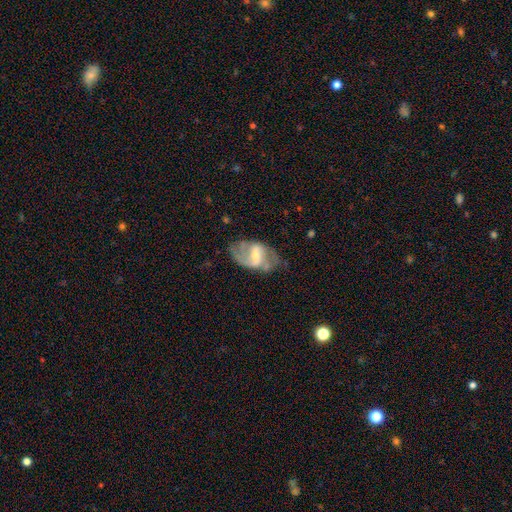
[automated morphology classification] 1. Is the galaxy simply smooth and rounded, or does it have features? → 78% featured or disk, 16% smooth, 6% star or artifact.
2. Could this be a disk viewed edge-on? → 96% no, 4% yes.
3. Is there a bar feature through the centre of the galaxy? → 49% weak, 34% strong, 17% no.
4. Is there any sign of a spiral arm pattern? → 87% yes, 13% no.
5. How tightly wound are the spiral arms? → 46% medium, 35% loose, 19% tight.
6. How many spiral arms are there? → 73% 2, 13% can't tell, 5% 3, 5% 1, 2% 4, 1% more than 4.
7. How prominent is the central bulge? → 47% small, 45% moderate, 4% large, 3% none, 1% dominant.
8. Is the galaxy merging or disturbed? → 59% none, 24% minor disturbance, 14% major disturbance, 2% merger.